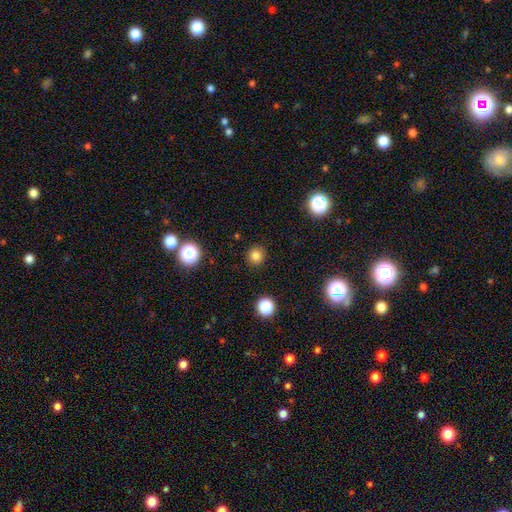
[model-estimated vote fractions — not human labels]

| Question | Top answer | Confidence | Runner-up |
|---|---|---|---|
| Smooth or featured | smooth | 81% | star or artifact (15%) |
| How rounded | round | 94% | in between (5%) |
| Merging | none | 91% | minor disturbance (5%) |